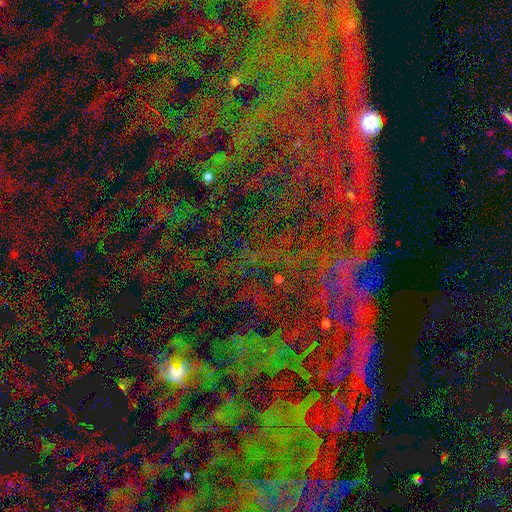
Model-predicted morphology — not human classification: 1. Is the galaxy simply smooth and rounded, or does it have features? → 81% star or artifact, 10% featured or disk, 9% smooth.